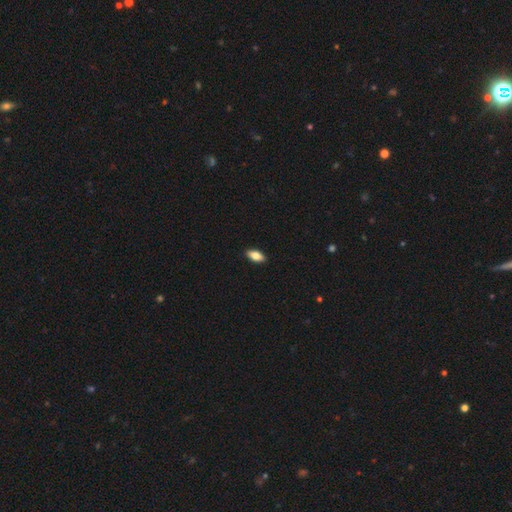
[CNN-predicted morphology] type=smooth (77%); roundness=in between (87%); merging=none (90%).